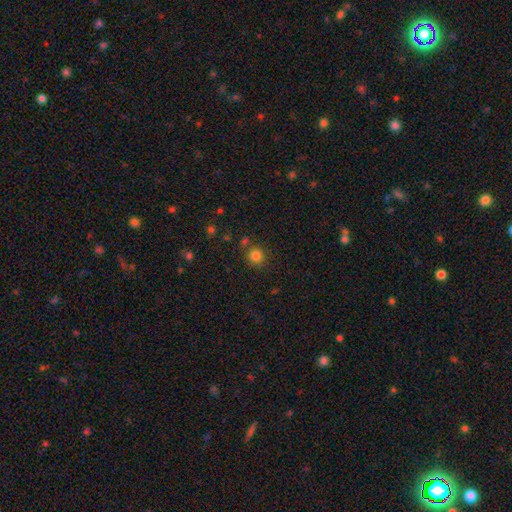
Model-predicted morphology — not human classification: smooth-or-featured: smooth: 81% | star or artifact: 13% | featured or disk: 5%
  how-rounded: round: 90% | in between: 9% | cigar-shaped: 1%
  merging: none: 78% | minor disturbance: 10% | merger: 8% | major disturbance: 3%